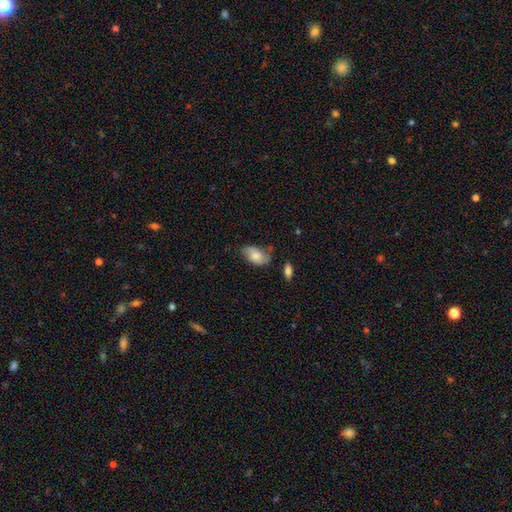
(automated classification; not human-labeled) Smooth or featured? Predicted: smooth (p=0.62). How rounded? Predicted: in between (p=0.91). Merging? Predicted: none (p=0.54).